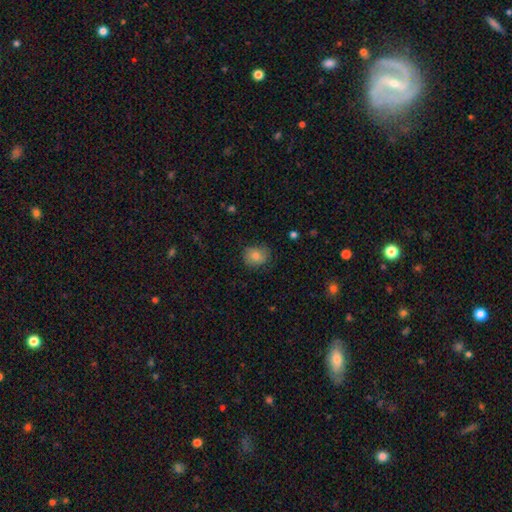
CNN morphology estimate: Smooth or featured: smooth — 78% (featured or disk — 12%)
How rounded: round — 65% (in between — 34%)
Merging: none — 77% (minor disturbance — 18%)